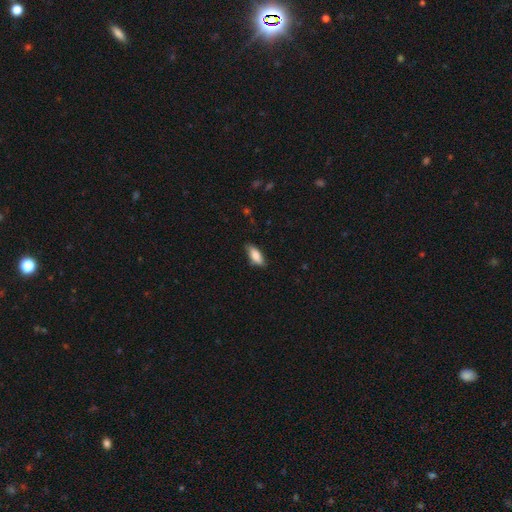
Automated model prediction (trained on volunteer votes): Smooth or featured? smooth (82%)
How rounded? in between (79%)
Merging? none (76%)